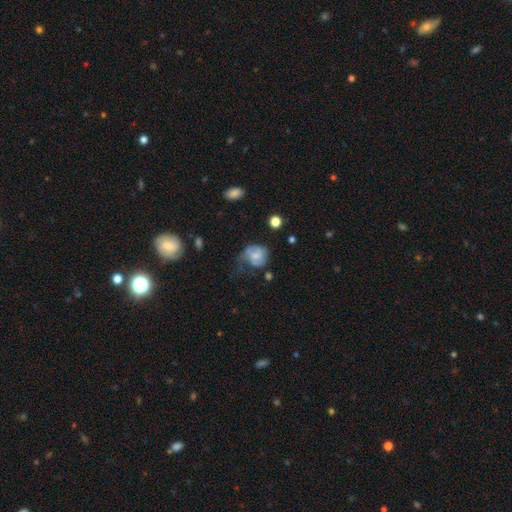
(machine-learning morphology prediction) Smooth or featured: featured or disk — 46% (smooth — 45%)
Merging: none — 35% (major disturbance — 31%)